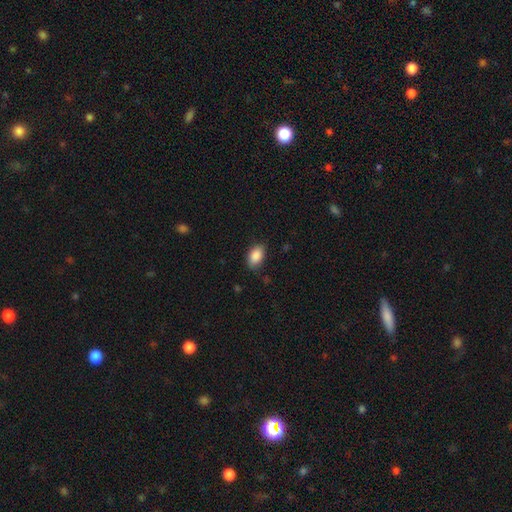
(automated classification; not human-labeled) The model was most divided on "merging": none: 79%, minor disturbance: 17%, major disturbance: 3%, merger: 1%. More confident: how rounded — in between (90%); smooth or featured — smooth (89%).